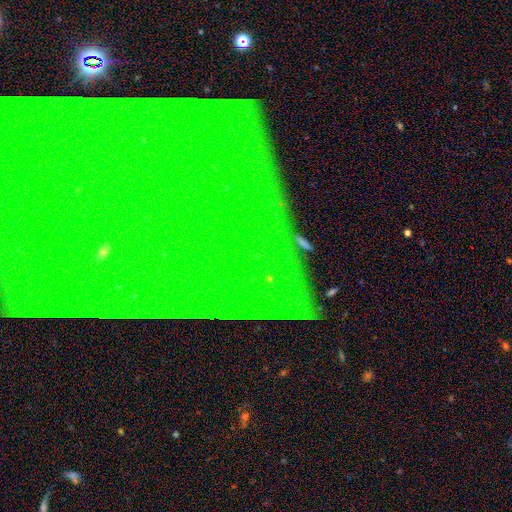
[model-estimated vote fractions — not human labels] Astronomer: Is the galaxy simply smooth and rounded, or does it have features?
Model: star or artifact — 85%.